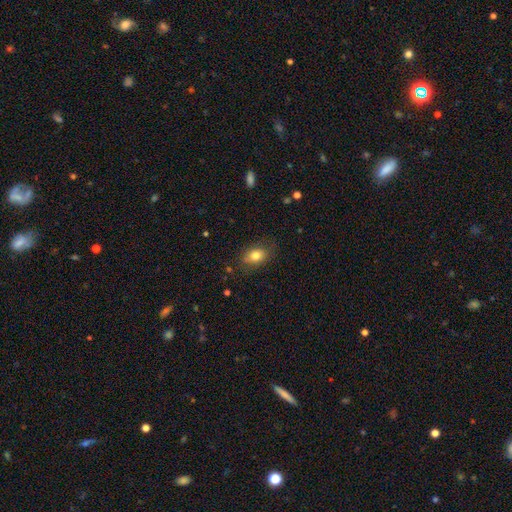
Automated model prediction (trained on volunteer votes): Q: Smooth or featured?
A: smooth (79%); runner-up: featured or disk (11%)
Q: How rounded?
A: in between (76%); runner-up: round (22%)
Q: Merging?
A: none (77%); runner-up: minor disturbance (17%)